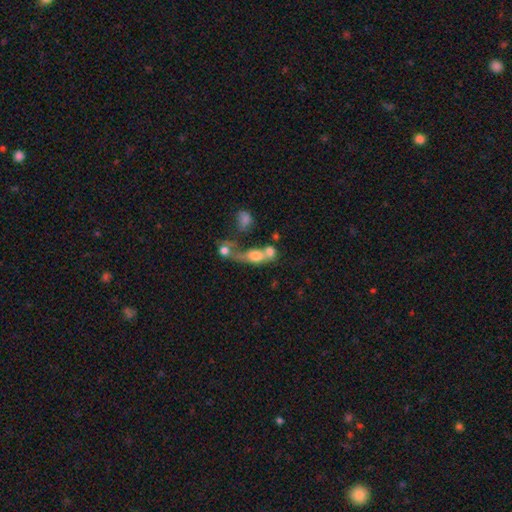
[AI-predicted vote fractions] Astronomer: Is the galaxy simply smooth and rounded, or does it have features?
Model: smooth — 65%.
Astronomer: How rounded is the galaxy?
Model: in between — 61%.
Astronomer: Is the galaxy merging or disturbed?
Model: merger — 64%.